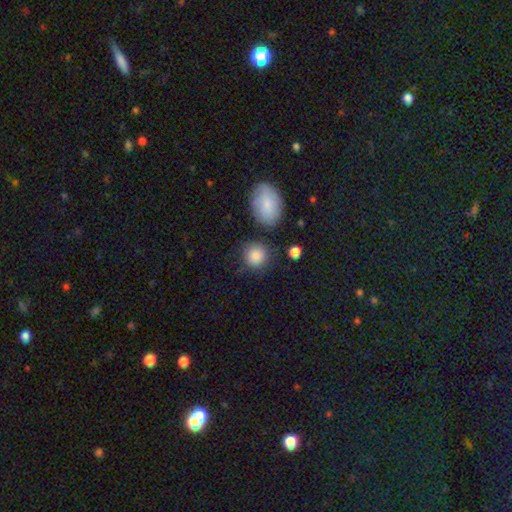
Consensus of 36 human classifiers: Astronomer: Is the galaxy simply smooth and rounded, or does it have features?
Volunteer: smooth — 89%.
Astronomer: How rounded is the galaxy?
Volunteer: round — 81%.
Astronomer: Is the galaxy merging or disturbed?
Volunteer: none — 74%.